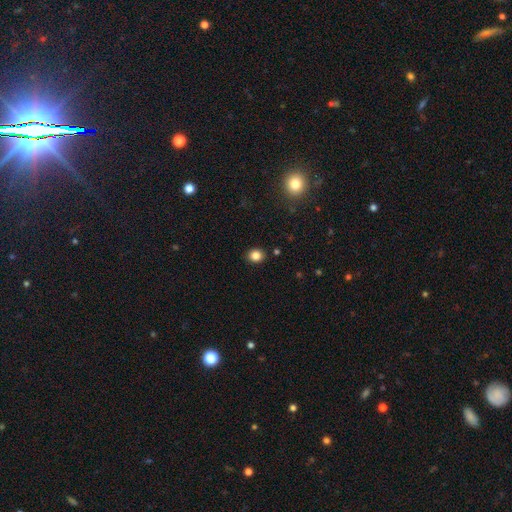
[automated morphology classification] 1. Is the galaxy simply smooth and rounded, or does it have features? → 84% smooth, 11% star or artifact, 5% featured or disk.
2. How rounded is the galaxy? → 67% round, 33% in between, 1% cigar-shaped.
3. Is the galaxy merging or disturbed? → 89% none, 7% minor disturbance, 2% major disturbance, 1% merger.